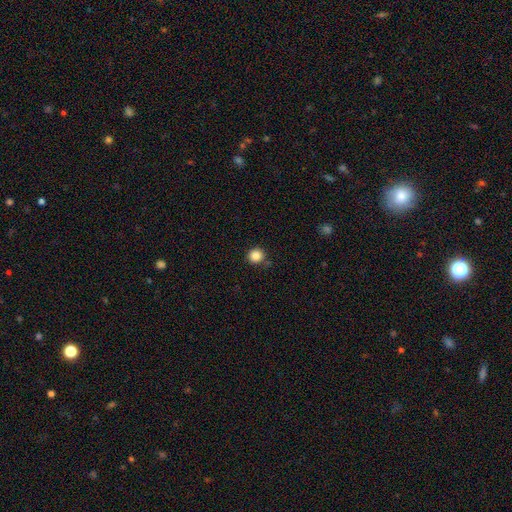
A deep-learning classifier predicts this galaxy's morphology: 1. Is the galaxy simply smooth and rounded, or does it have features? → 86% smooth, 11% star or artifact, 4% featured or disk.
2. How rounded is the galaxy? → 95% round, 5% in between, 1% cigar-shaped.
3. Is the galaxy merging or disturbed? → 85% none, 10% minor disturbance, 3% merger, 3% major disturbance.